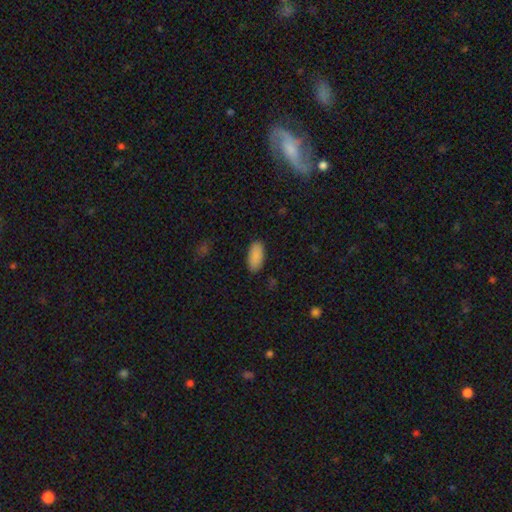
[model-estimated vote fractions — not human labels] Smooth or featured: smooth — 90% (star or artifact — 6%)
How rounded: in between — 92% (cigar-shaped — 6%)
Merging: none — 88% (minor disturbance — 9%)